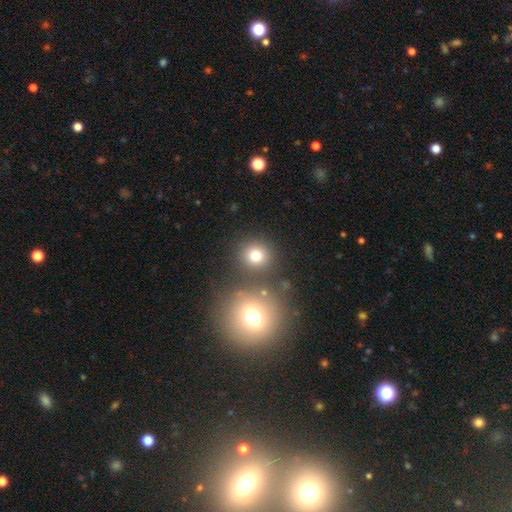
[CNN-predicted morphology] A smooth galaxy with no disk features (74%) that is round (90%).

Vote fractions:
- Smooth or featured? smooth: 74% / star or artifact: 17% / featured or disk: 8%
- How rounded? round: 90% / in between: 9% / cigar-shaped: 1%
- Merging? none: 79% / merger: 10% / minor disturbance: 7% / major disturbance: 4%